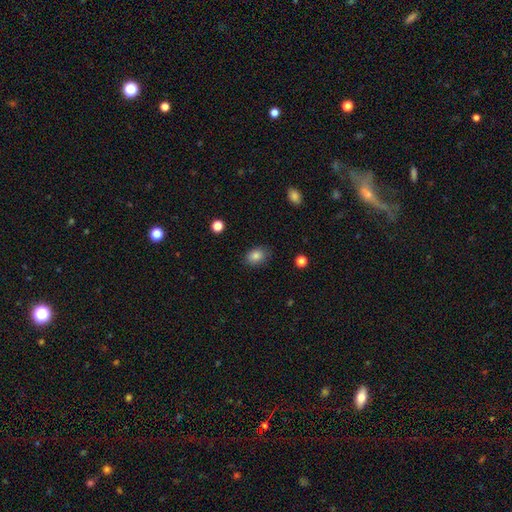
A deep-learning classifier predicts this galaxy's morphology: Overall: smooth (84%). How rounded: in between (67%; round 32%). Merging: none (82%).